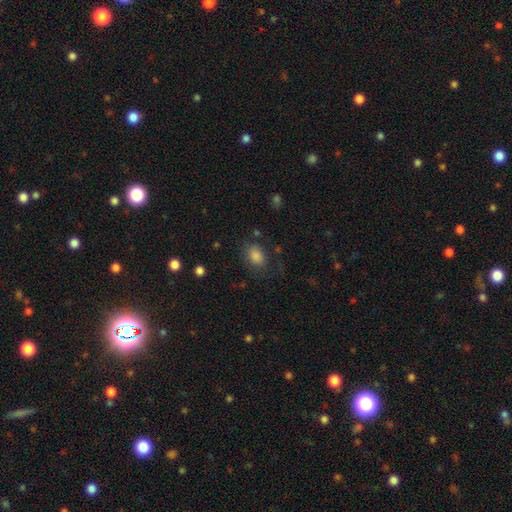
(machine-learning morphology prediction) Smooth or featured? Predicted: smooth (p=0.81). How rounded? Predicted: in between (p=0.66). Merging? Predicted: none (p=0.76).